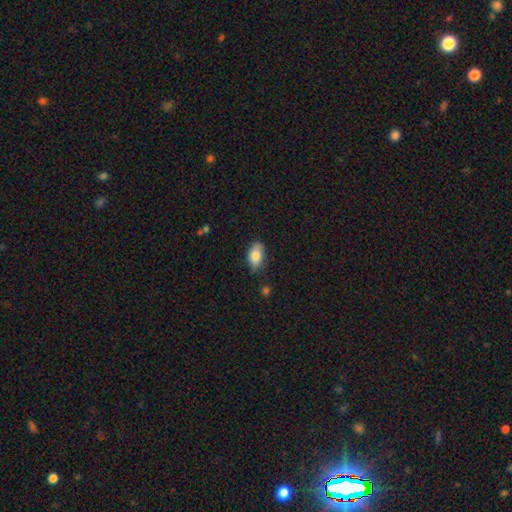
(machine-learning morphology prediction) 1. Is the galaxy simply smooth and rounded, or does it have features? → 82% smooth, 11% featured or disk, 7% star or artifact.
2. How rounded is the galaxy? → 90% in between, 6% round, 4% cigar-shaped.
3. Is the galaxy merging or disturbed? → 76% none, 19% minor disturbance, 3% major disturbance, 2% merger.